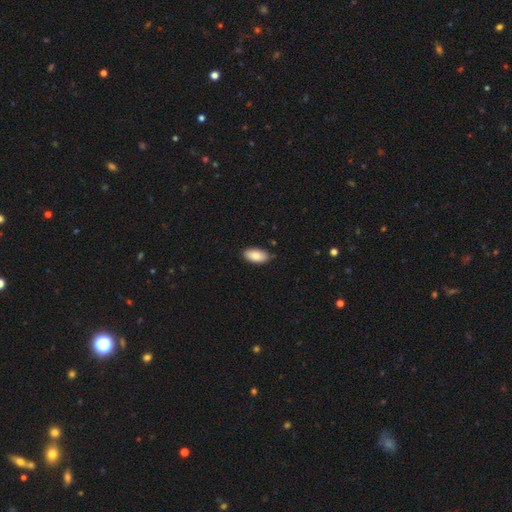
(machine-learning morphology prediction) This is clearly a smooth galaxy (86%). How rounded: clearly in between (94%). Merging: clearly none (85%).